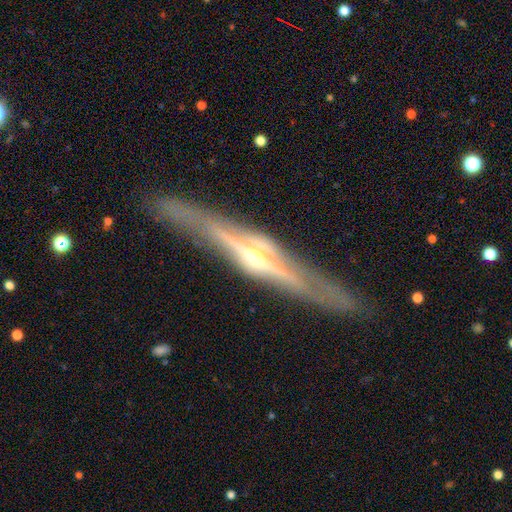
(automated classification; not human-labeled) Smooth or featured: featured or disk — 86% (smooth — 8%)
Edge-on disk: yes — 96% (no — 4%)
Edge-on bulge: rounded — 89% (boxy — 6%)
Merging: none — 86% (minor disturbance — 10%)